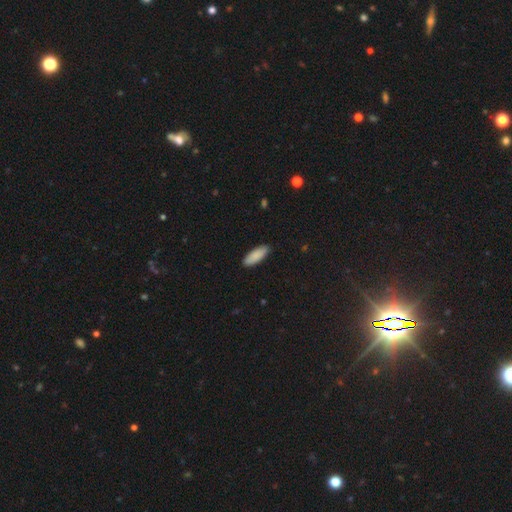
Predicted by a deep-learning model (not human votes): Smooth or featured? Predicted: smooth (p=0.89). How rounded? Predicted: in between (p=0.66). Merging? Predicted: none (p=0.89).